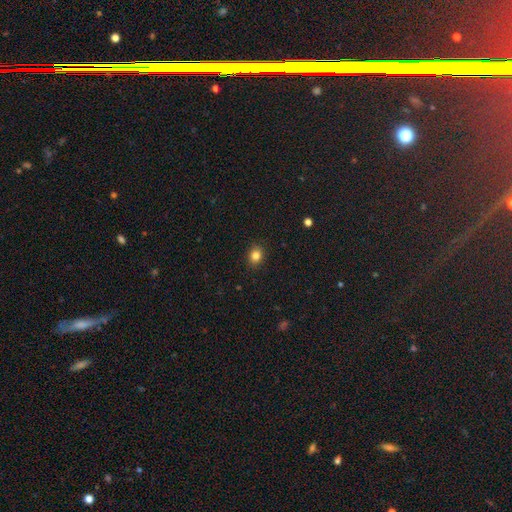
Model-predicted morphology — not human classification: smooth_or_featured: smooth (p=0.83) [alt: star or artifact p=0.11]
how_rounded: round (p=0.55) [alt: in between p=0.44]
merging: none (p=0.88) [alt: minor disturbance p=0.09]